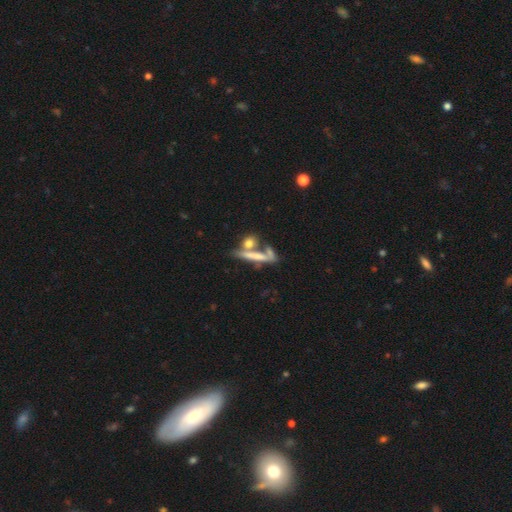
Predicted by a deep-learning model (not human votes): Smooth or featured? smooth (53%)
How rounded? cigar-shaped (71%)
Merging? none (41%)